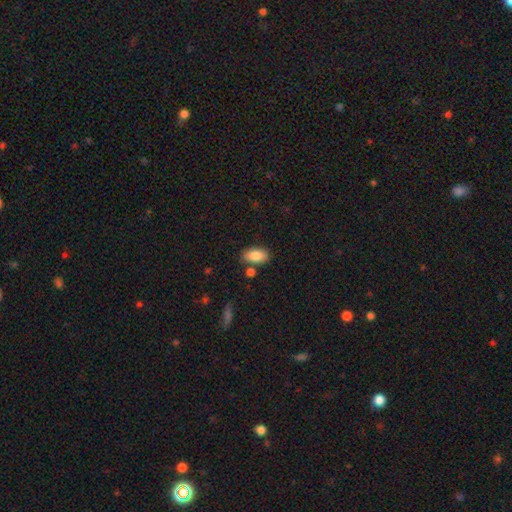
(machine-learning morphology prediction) Smooth or featured?
  - smooth: 85% *
  - featured or disk: 8%
  - star or artifact: 7%
How rounded?
  - in between: 92% *
  - cigar-shaped: 4%
  - round: 4%
Merging?
  - none: 77% *
  - minor disturbance: 12%
  - merger: 7%
  - major disturbance: 3%